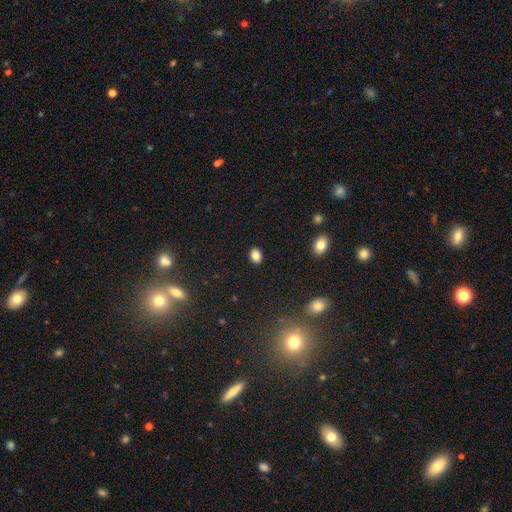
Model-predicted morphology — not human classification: Smooth or featured?
  - smooth: 85% *
  - star or artifact: 10%
  - featured or disk: 5%
How rounded?
  - in between: 68% *
  - round: 31%
  - cigar-shaped: 1%
Merging?
  - none: 89% *
  - minor disturbance: 8%
  - major disturbance: 2%
  - merger: 1%